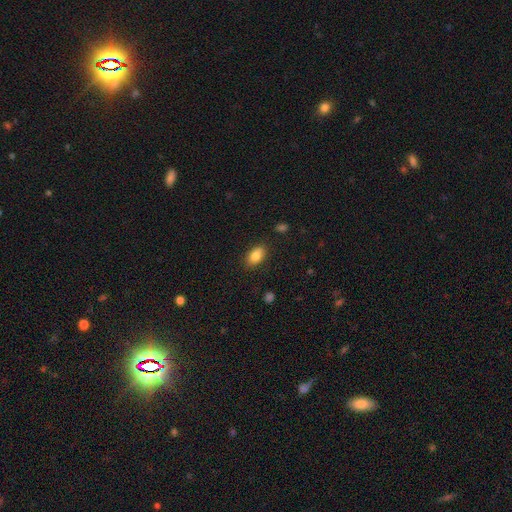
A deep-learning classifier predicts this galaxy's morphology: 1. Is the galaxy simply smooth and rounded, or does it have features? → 84% smooth, 8% featured or disk, 8% star or artifact.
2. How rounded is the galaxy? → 89% in between, 8% round, 3% cigar-shaped.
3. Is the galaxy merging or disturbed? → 85% none, 11% minor disturbance, 3% major disturbance, 1% merger.